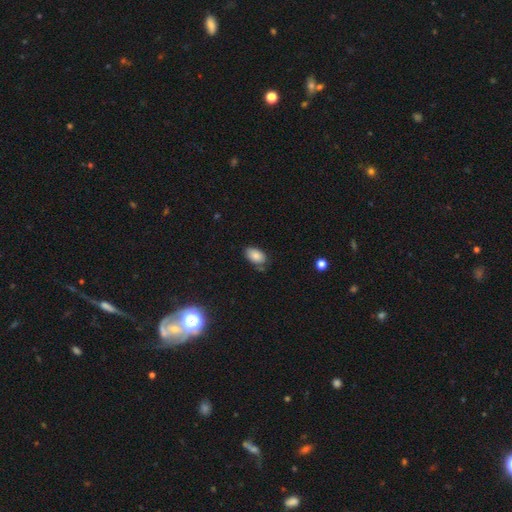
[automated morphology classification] A smooth galaxy with no disk features (82%) that is in between round and cigar-shaped (93%).

Vote fractions:
- Smooth or featured? smooth: 82% / star or artifact: 9% / featured or disk: 9%
- How rounded? in between: 93% / round: 6% / cigar-shaped: 2%
- Merging? none: 70% / minor disturbance: 22% / merger: 5% / major disturbance: 4%